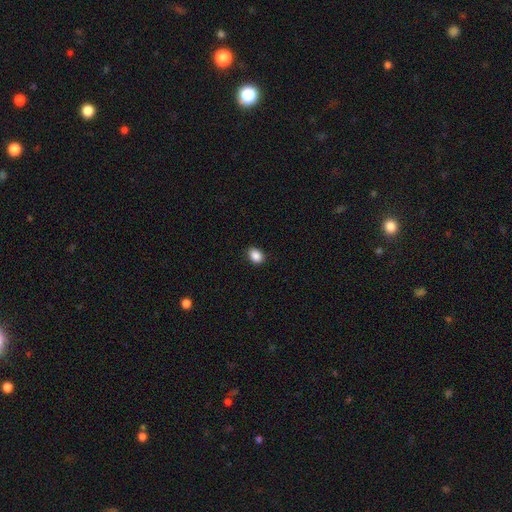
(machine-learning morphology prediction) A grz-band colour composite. It shows a smooth galaxy with no disk features (88%) that is in between round and cigar-shaped (71%). Merging: none (88%).